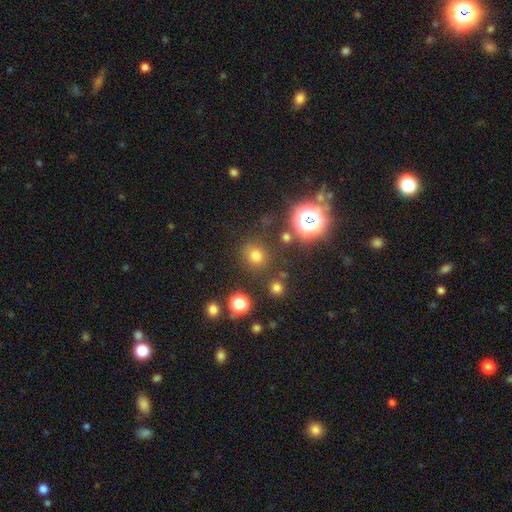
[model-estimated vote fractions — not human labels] Smooth or featured?
  - smooth: 72% *
  - star or artifact: 21%
  - featured or disk: 7%
How rounded?
  - round: 87% *
  - in between: 12%
  - cigar-shaped: 1%
Merging?
  - none: 82% *
  - minor disturbance: 9%
  - merger: 5%
  - major disturbance: 4%